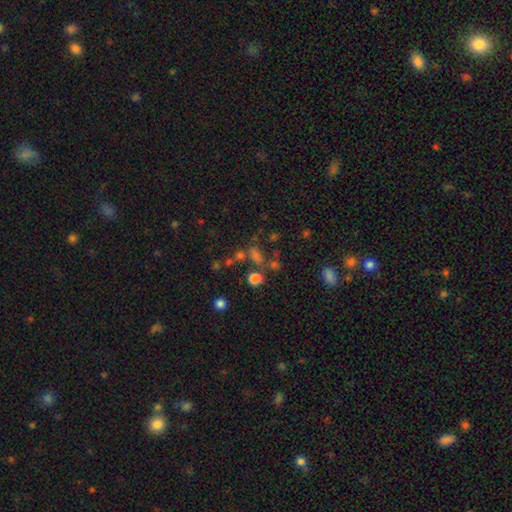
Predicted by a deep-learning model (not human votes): The model was most divided on "smooth or featured": smooth: 54%, star or artifact: 34%, featured or disk: 13%. More confident: how rounded — in between (58%); merging — none (51%).